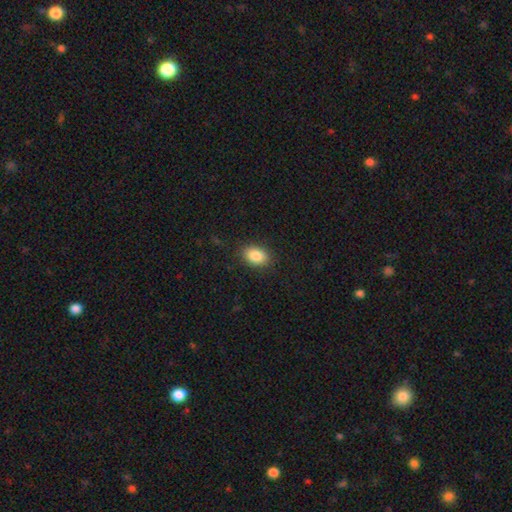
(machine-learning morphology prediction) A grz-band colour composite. It shows a smooth galaxy with no disk features (87%) that is in between round and cigar-shaped (83%). Merging: none (87%).